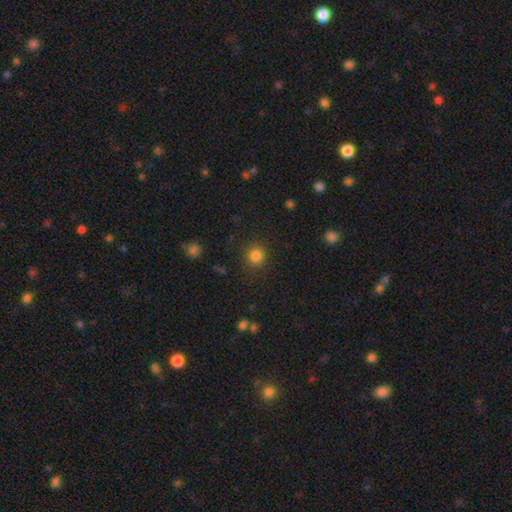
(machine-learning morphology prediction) type=smooth (83%); roundness=round (90%); merging=none (87%).